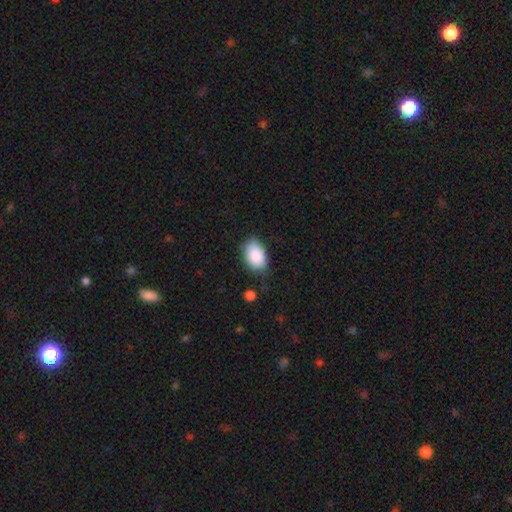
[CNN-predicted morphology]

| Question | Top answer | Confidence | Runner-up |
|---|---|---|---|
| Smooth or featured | smooth | 89% | star or artifact (7%) |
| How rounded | in between | 90% | round (8%) |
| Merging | none | 77% | minor disturbance (18%) |